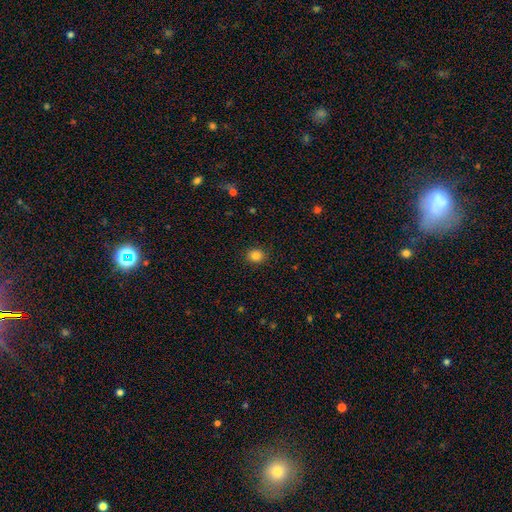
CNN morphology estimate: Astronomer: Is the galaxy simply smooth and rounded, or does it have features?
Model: smooth — 85%.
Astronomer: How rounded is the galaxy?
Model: round — 66%.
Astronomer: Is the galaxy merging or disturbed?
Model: none — 90%.